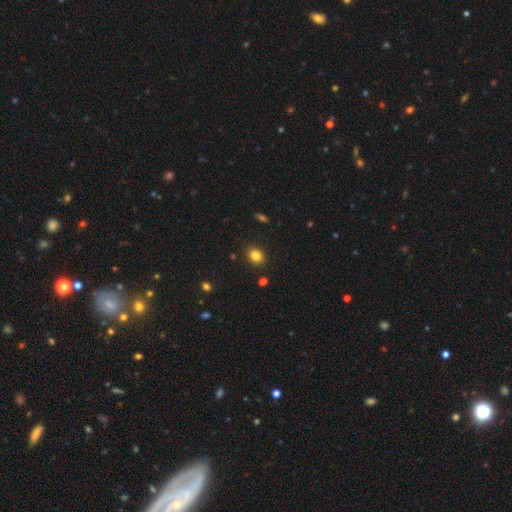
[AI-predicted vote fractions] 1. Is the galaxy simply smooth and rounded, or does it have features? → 82% smooth, 12% star or artifact, 6% featured or disk.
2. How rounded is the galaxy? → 56% round, 43% in between, 1% cigar-shaped.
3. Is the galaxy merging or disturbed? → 89% none, 8% minor disturbance, 2% major disturbance, 2% merger.